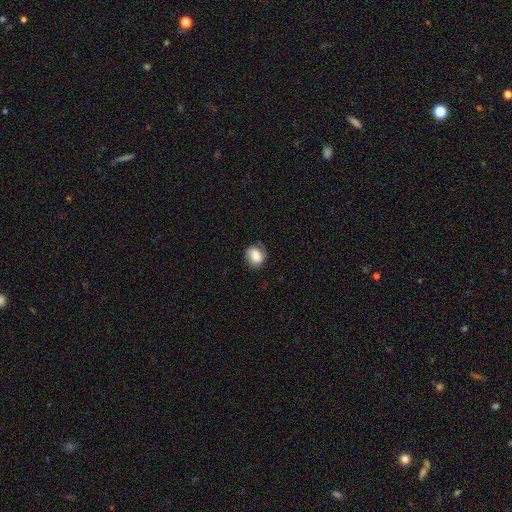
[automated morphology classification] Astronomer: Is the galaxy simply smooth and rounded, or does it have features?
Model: smooth — 74%.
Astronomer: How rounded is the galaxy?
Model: round — 67%.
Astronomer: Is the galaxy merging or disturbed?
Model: none — 74%.